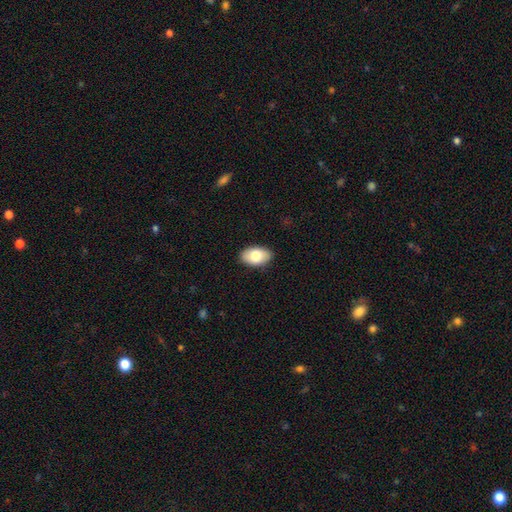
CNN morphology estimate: Overall: smooth (79%). How rounded: in between (93%). Merging: none (88%).